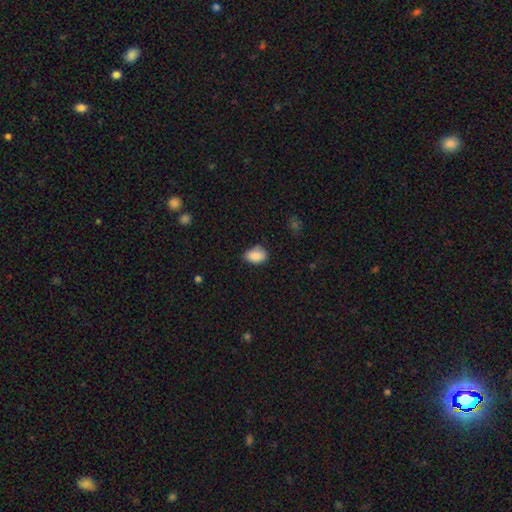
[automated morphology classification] This appears to be a smooth galaxy with no disk features (88%) that is in between round and cigar-shaped (83%). Merging: none (71%).